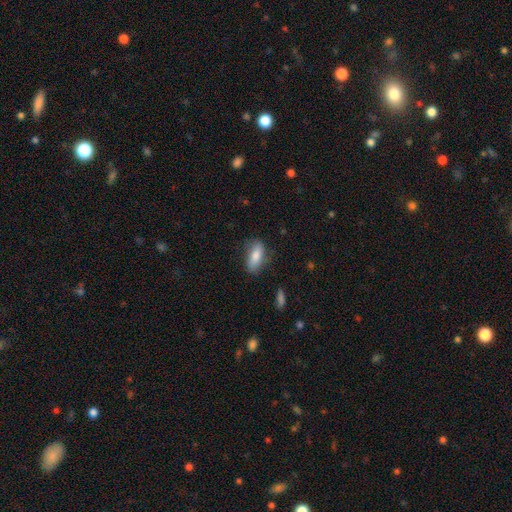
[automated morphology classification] A smooth galaxy with no disk features (80%) that is in between round and cigar-shaped (79%). Merging: none (72%).